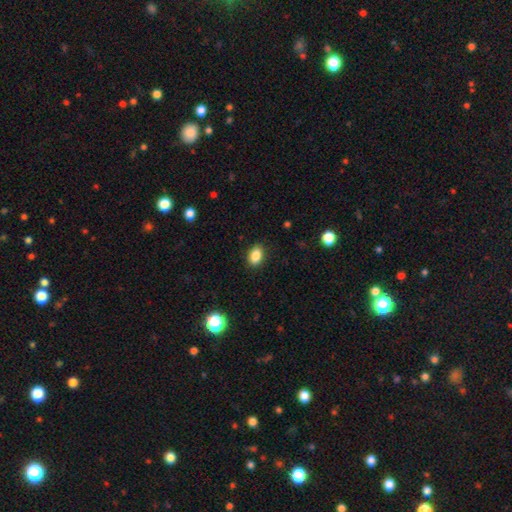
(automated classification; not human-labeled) This is clearly a smooth galaxy (86%). How rounded: clearly in between (82%). Merging: clearly none (89%).